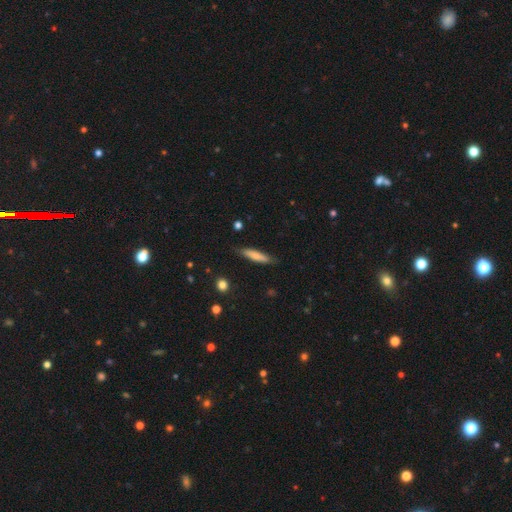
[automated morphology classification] The model was most divided on "smooth or featured": smooth: 74%, featured or disk: 20%, star or artifact: 6%. More confident: merging — none (84%); how rounded — cigar-shaped (84%).